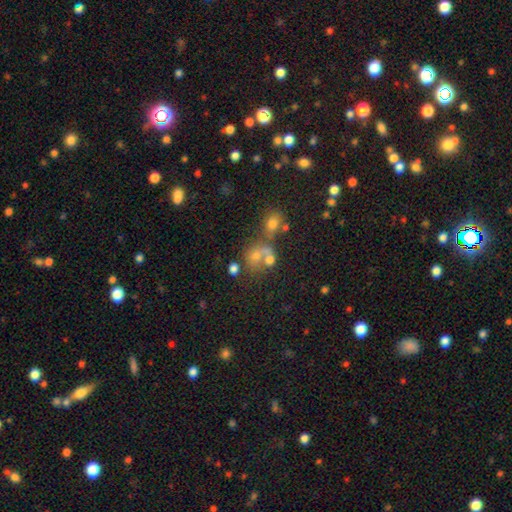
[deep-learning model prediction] Smooth or featured?
  - smooth: 60% *
  - featured or disk: 22%
  - star or artifact: 19%
How rounded?
  - round: 59% *
  - in between: 40%
  - cigar-shaped: 1%
Merging?
  - merger: 49% *
  - none: 31%
  - minor disturbance: 10%
  - major disturbance: 9%